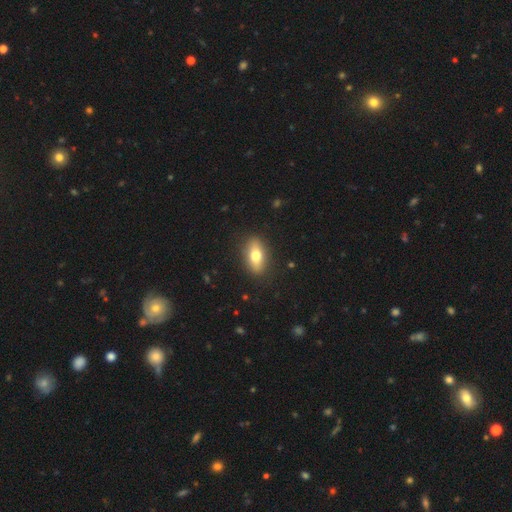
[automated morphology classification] A smooth galaxy with no disk features (72%) that is in between round and cigar-shaped (82%). Merging: none (87%).